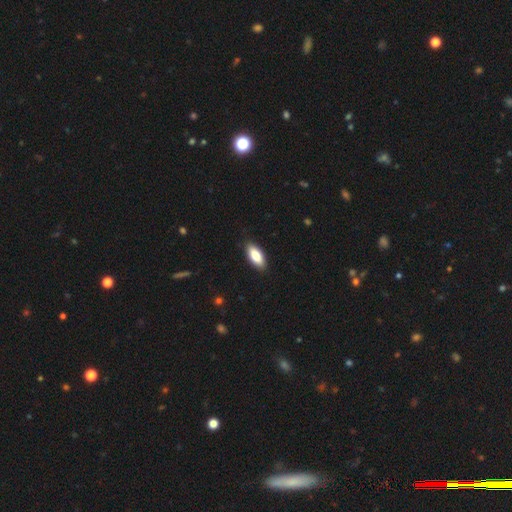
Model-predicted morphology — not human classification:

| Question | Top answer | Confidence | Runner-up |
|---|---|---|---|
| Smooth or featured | smooth | 84% | featured or disk (11%) |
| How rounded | in between | 85% | cigar-shaped (13%) |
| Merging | none | 88% | minor disturbance (9%) |